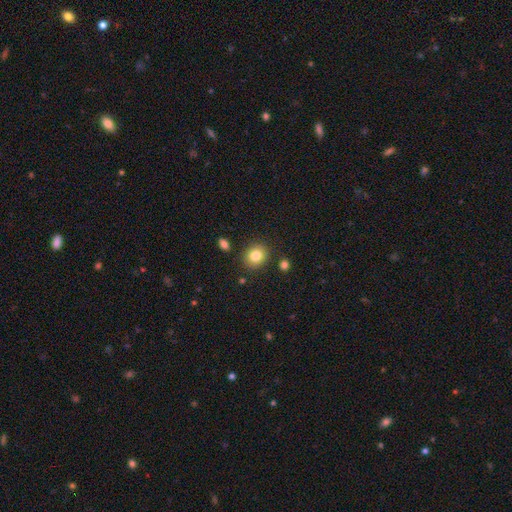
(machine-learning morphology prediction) type=smooth (83%); roundness=round (74%); merging=none (86%).